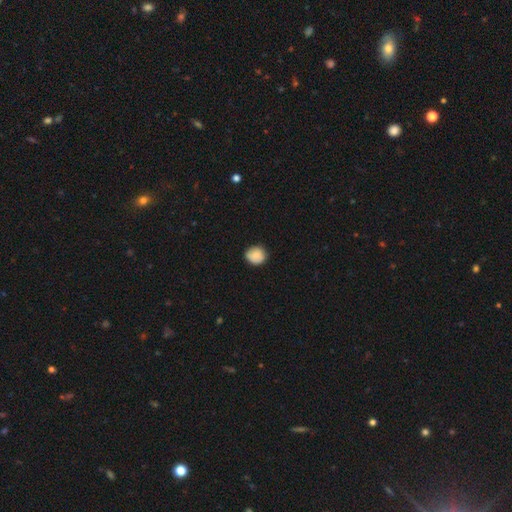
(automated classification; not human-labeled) Morphology: type=smooth (84%); roundness=round (83%); merging=none (81%).